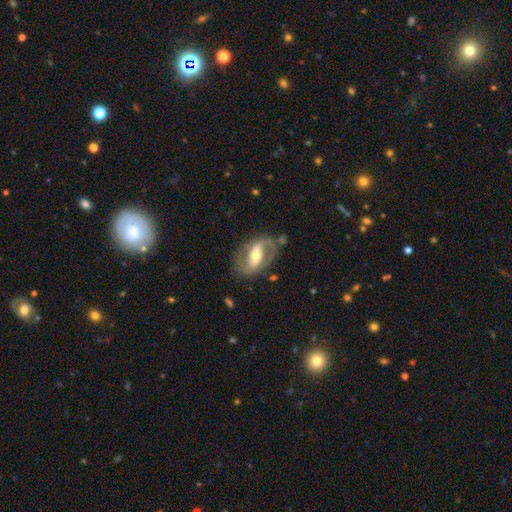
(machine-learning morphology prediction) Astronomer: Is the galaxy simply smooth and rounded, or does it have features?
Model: featured or disk — 80%.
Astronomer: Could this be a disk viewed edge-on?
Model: no — 95%.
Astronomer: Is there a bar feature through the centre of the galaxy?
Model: strong — 48% (runner-up: weak, 33%).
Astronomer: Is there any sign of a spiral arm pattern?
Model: yes — 85%.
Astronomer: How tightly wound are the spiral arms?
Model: medium — 50% (runner-up: loose, 26%).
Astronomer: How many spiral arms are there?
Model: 2 — 82%.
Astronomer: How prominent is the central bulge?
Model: moderate — 63%.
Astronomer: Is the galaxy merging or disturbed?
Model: none — 71%.